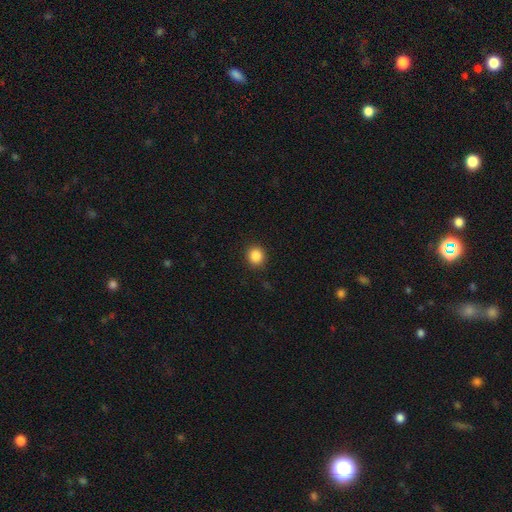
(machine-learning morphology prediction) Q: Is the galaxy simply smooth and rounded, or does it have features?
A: smooth — 86%.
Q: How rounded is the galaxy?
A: round — 88%.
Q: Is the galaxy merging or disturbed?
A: none — 91%.